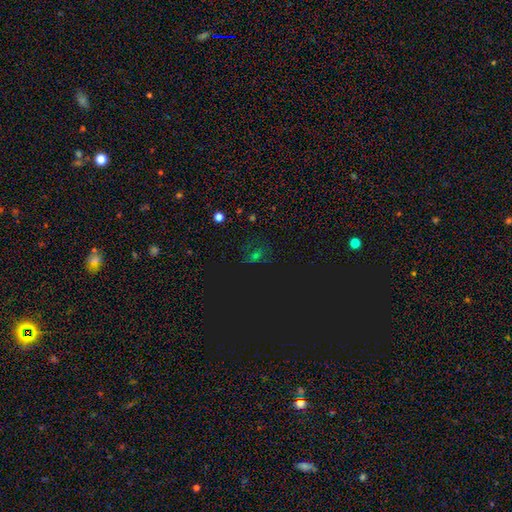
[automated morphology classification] Overall: star or artifact (57%; smooth 32%).